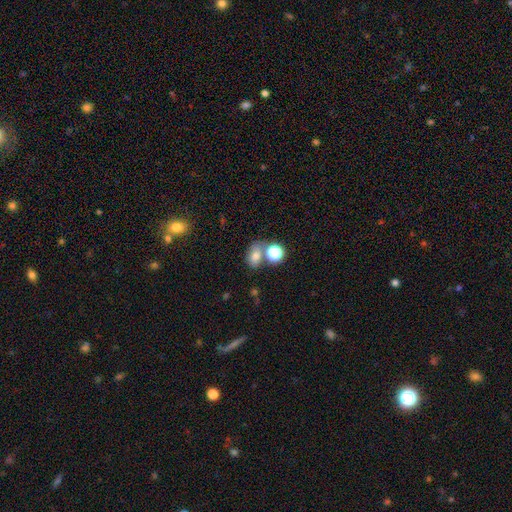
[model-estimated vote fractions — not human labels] Smooth or featured? smooth (73%)
How rounded? in between (68%)
Merging? none (52%)